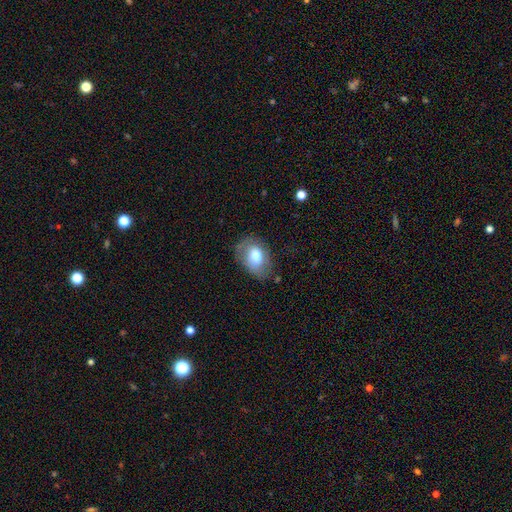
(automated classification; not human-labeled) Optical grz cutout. It shows a smooth galaxy with no disk features (70%) that is in between round and cigar-shaped (79%). Merging: none (66%).